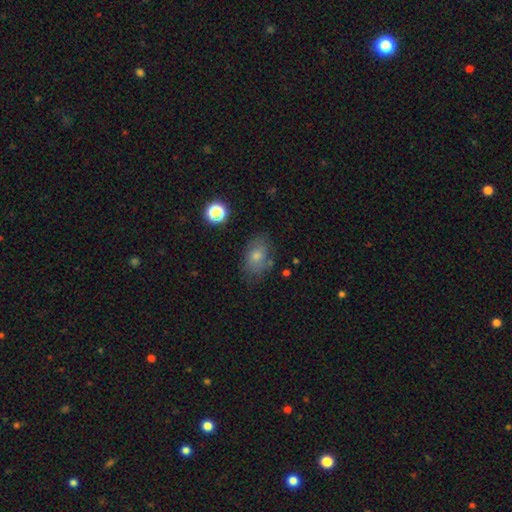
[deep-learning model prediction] A smooth galaxy with no disk features (60%) that is in between round and cigar-shaped (79%).

Vote fractions:
- Smooth or featured? smooth: 60% / featured or disk: 24% / star or artifact: 16%
- How rounded? in between: 79% / round: 19% / cigar-shaped: 2%
- Merging? none: 75% / minor disturbance: 17% / major disturbance: 5% / merger: 3%